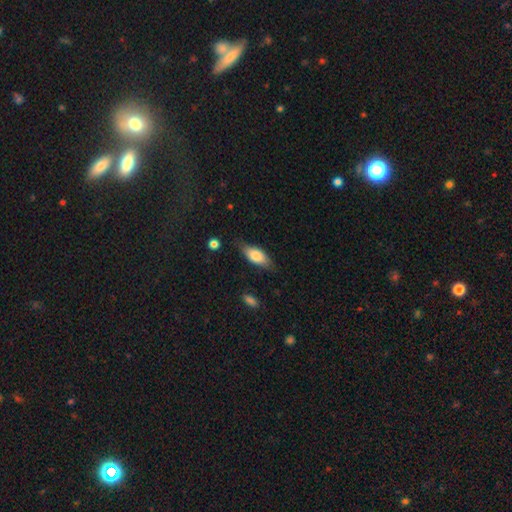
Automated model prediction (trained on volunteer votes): Q: Smooth or featured?
A: smooth (75%); runner-up: featured or disk (19%)
Q: How rounded?
A: in between (81%); runner-up: cigar-shaped (16%)
Q: Merging?
A: none (73%); runner-up: minor disturbance (21%)